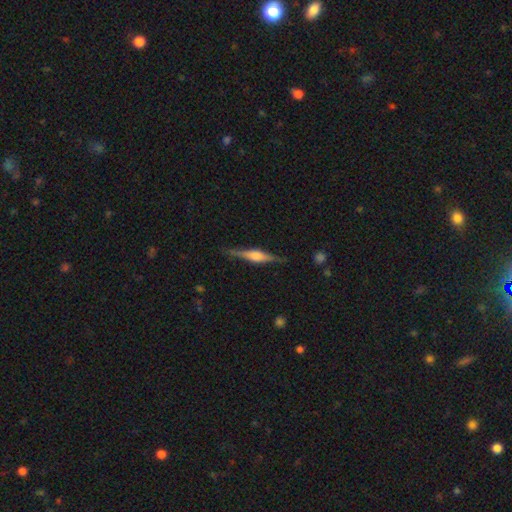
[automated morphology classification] A featured or disk galaxy (77%) viewed edge-on (98%) with a rounded central bulge (75%).

Vote fractions:
- Smooth or featured? featured or disk: 77% / smooth: 17% / star or artifact: 6%
- Edge-on disk? yes: 98% / no: 2%
- Edge-on bulge? rounded: 75% / boxy: 21% / none: 4%
- Merging? none: 87% / minor disturbance: 10% / major disturbance: 2% / merger: 1%